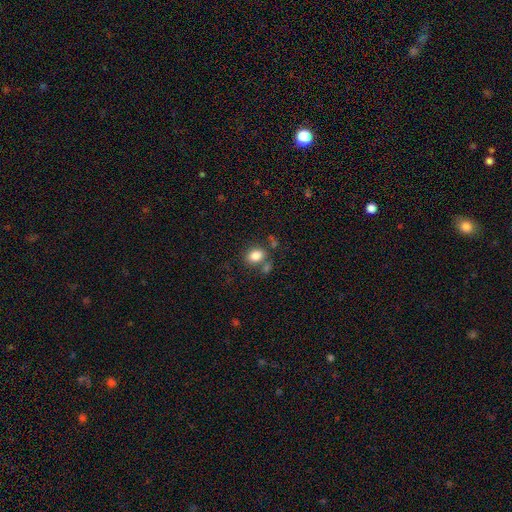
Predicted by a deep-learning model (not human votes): This appears to be a smooth galaxy with no disk features (83%) that is in between round and cigar-shaped (59%). Merging: none (66%).